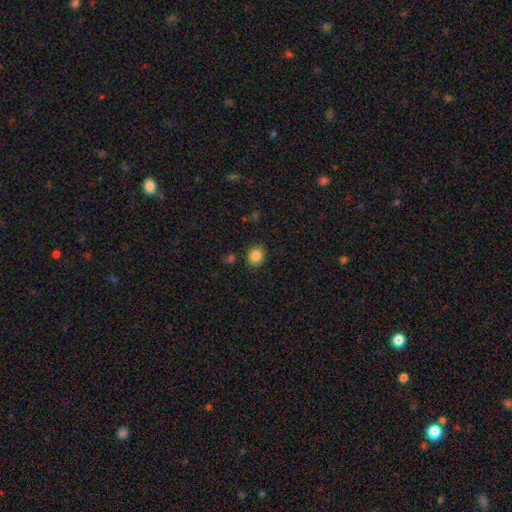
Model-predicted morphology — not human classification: The model was most divided on "how rounded": round: 72%, in between: 27%, cigar-shaped: 1%. More confident: merging — none (87%); smooth or featured — smooth (85%).